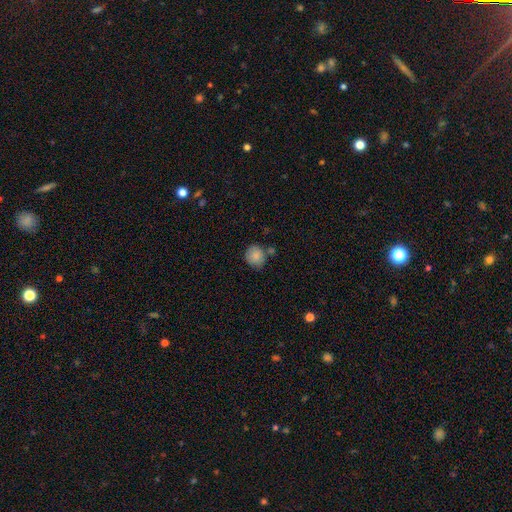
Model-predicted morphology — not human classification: The model was most divided on "merging": none: 66%, minor disturbance: 17%, merger: 13%, major disturbance: 4%. More confident: smooth or featured — smooth (86%); how rounded — round (79%).